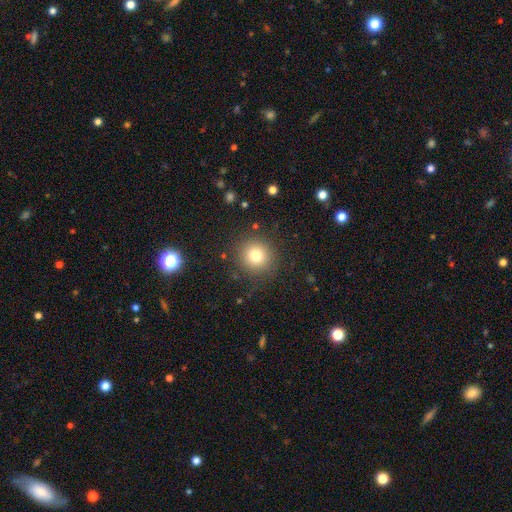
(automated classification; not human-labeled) Morphology: type=smooth (77%); roundness=round (94%); merging=none (88%).